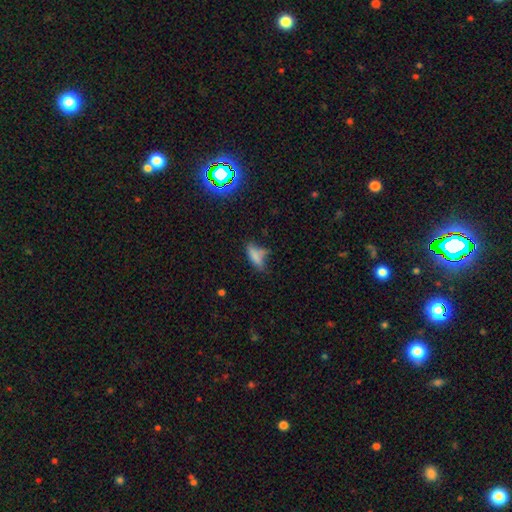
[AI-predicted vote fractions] smooth_or_featured: smooth (p=0.68) [alt: featured or disk p=0.17]
how_rounded: in between (p=0.67) [alt: cigar-shaped p=0.29]
merging: none (p=0.41) [alt: minor disturbance p=0.29]